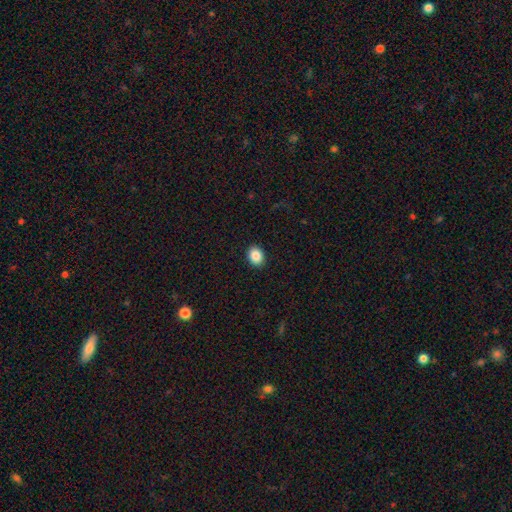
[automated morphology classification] The model was most divided on "how rounded": in between: 57%, round: 43%, cigar-shaped: 1%. More confident: merging — none (91%); smooth or featured — smooth (86%).